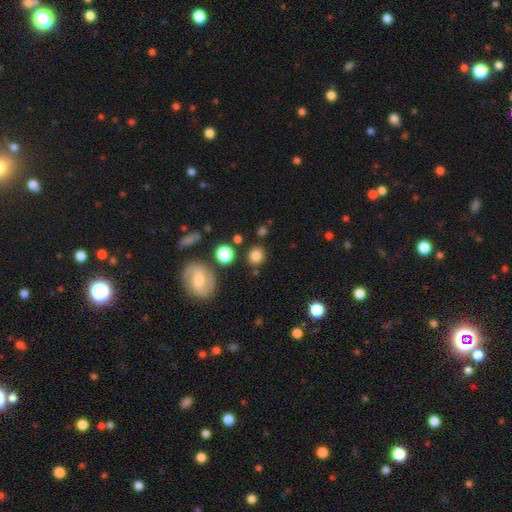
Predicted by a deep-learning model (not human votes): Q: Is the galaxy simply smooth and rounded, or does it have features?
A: smooth — 80%.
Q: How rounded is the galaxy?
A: round — 83%.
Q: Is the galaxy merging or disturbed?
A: none — 83%.